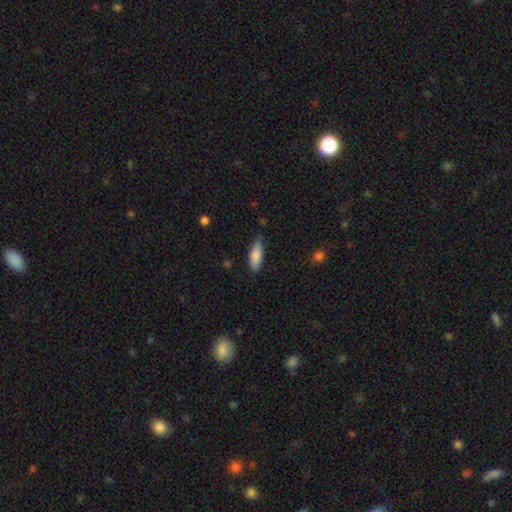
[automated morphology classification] This appears to be a smooth galaxy with no disk features (87%) that is in between round and cigar-shaped (62%). Merging: none (82%).